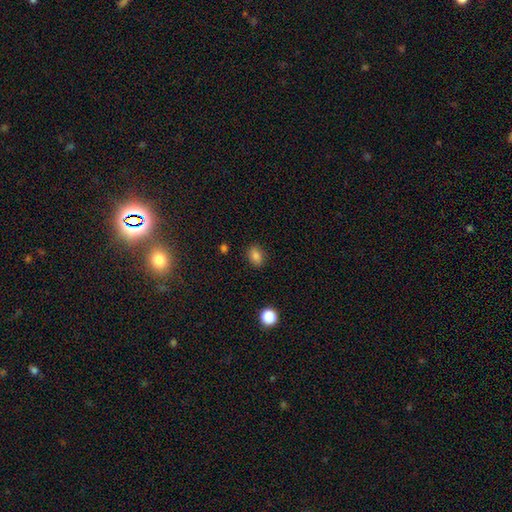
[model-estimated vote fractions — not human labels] Overall: smooth (83%). How rounded: in between (70%). Merging: none (86%).